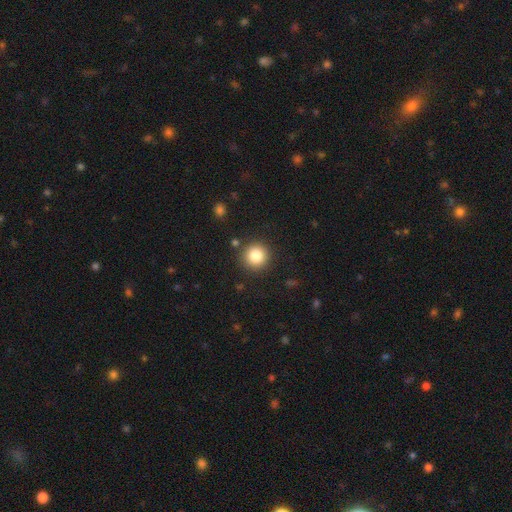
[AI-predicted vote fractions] Smooth or featured?
  - smooth: 83% *
  - star or artifact: 10%
  - featured or disk: 6%
How rounded?
  - round: 94% *
  - in between: 5%
  - cigar-shaped: 1%
Merging?
  - none: 88% *
  - minor disturbance: 7%
  - major disturbance: 2%
  - merger: 2%